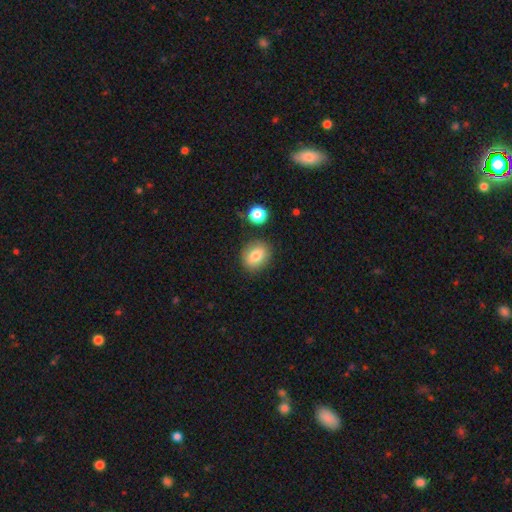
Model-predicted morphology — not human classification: smooth-or-featured: smooth: 78% | featured or disk: 12% | star or artifact: 9%
  how-rounded: round: 64% | in between: 35% | cigar-shaped: 1%
  merging: none: 83% | minor disturbance: 11% | merger: 4% | major disturbance: 3%